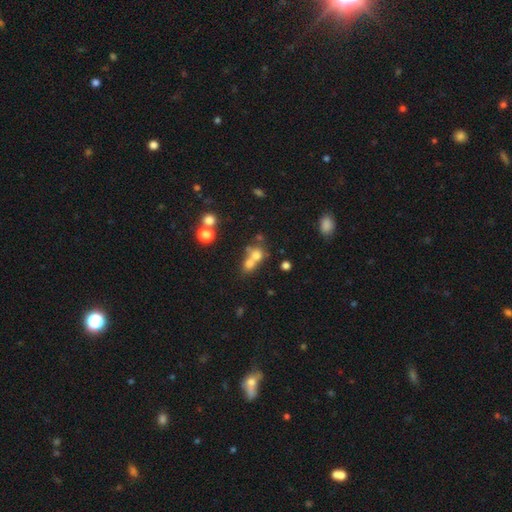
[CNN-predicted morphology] smooth_or_featured: smooth (p=0.65) [alt: featured or disk p=0.18]
how_rounded: round (p=0.74) [alt: in between p=0.24]
merging: merger (p=0.59) [alt: none p=0.30]